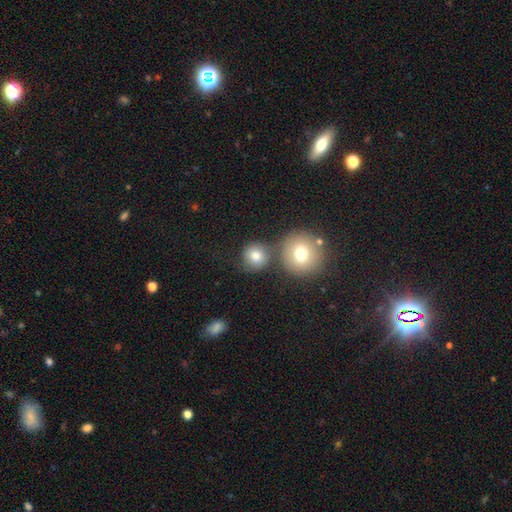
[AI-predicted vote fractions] Smooth or featured?
  - smooth: 79% *
  - star or artifact: 11%
  - featured or disk: 10%
How rounded?
  - round: 89% *
  - in between: 10%
  - cigar-shaped: 1%
Merging?
  - none: 63% *
  - merger: 22%
  - minor disturbance: 10%
  - major disturbance: 4%